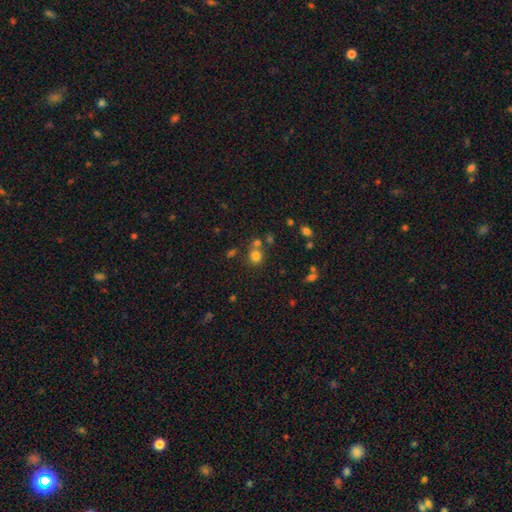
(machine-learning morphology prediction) A smooth galaxy with no disk features (75%) that is round (83%).

Vote fractions:
- Smooth or featured? smooth: 75% / star or artifact: 17% / featured or disk: 7%
- How rounded? round: 83% / in between: 16% / cigar-shaped: 1%
- Merging? none: 62% / merger: 25% / minor disturbance: 9% / major disturbance: 4%